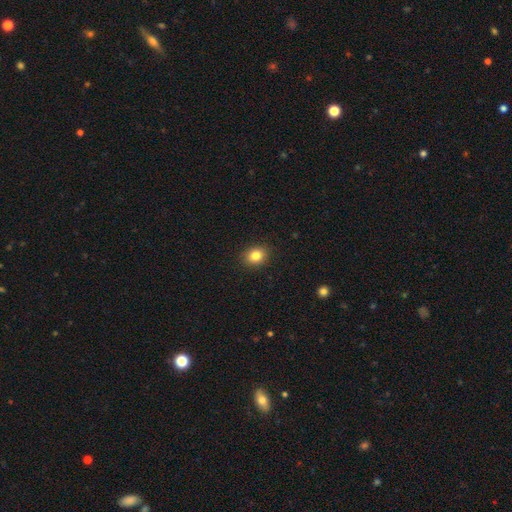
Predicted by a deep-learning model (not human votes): This appears to be a smooth galaxy with no disk features (84%) that is round (55%). Merging: none (90%).